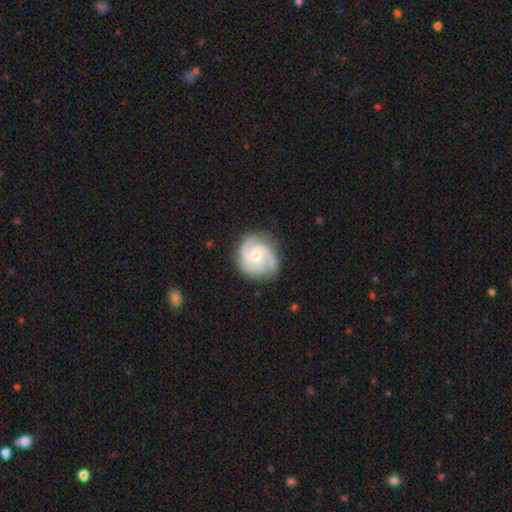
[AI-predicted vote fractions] Morphology: type=featured or disk (90%); edge-on=no (98%); bar=no (64%); spiral arms=yes (99%); winding=medium (48%); arm count=3 (69%); bulge=small (57%); merging=none (80%).